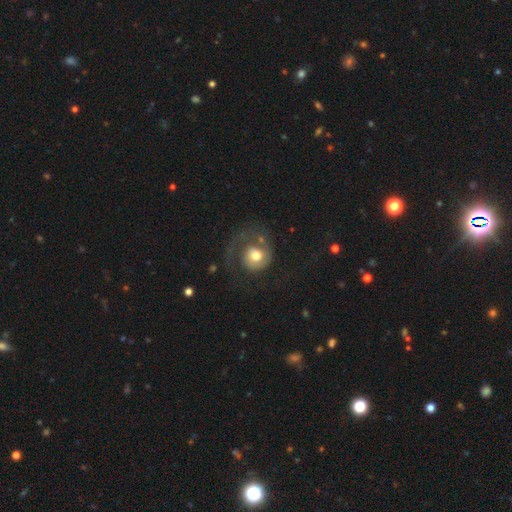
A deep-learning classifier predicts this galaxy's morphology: smooth-or-featured: featured or disk: 60% | smooth: 33% | star or artifact: 7%
  disk-edge-on: no: 98% | yes: 2%
    bar: no: 78% | weak: 19% | strong: 4%
    has-spiral-arms: yes: 82% | no: 18%
    bulge-size: moderate: 66% | large: 19% | small: 11% | dominant: 2% | none: 1%
  merging: major disturbance: 41% | none: 40% | minor disturbance: 16% | merger: 4%